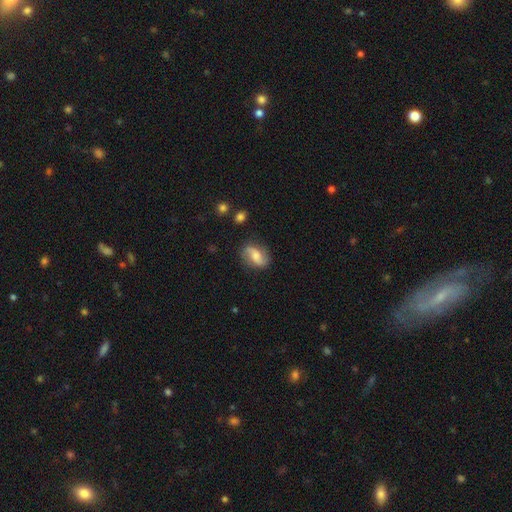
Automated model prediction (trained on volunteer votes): Smooth or featured?
  - featured or disk: 60% *
  - smooth: 32%
  - star or artifact: 8%
Edge-on disk?
  - no: 96% *
  - yes: 4%
Bar?
  - no: 42% *
  - weak: 40%
  - strong: 19%
Spiral arms?
  - yes: 91% *
  - no: 9%
Spiral winding?
  - loose: 64% *
  - medium: 26%
  - tight: 10%
Spiral arm count?
  - 2: 90% *
  - can't tell: 4%
  - 1: 3%
  - 3: 1%
  - 4: 1%
  - more than 4: 1%
Bulge size?
  - moderate: 48% *
  - small: 30%
  - large: 11%
  - none: 9%
  - dominant: 2%
Merging?
  - none: 78% *
  - minor disturbance: 15%
  - major disturbance: 5%
  - merger: 2%